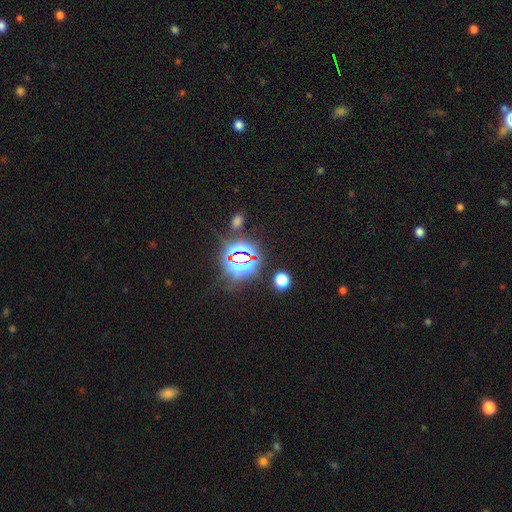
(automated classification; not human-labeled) This appears to be a star or artifact, not a galaxy (73%).